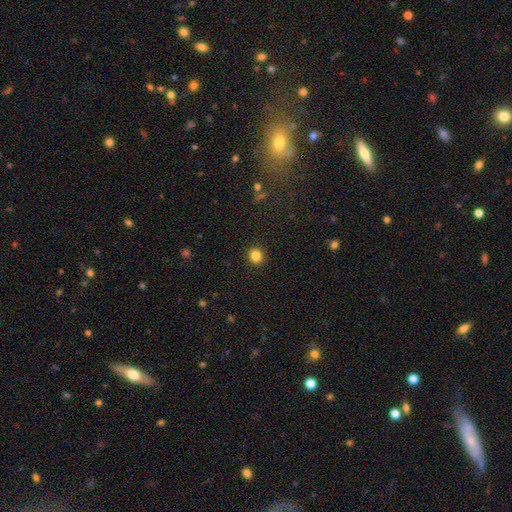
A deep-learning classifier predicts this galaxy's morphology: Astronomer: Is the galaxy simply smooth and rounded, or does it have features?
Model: smooth — 84%.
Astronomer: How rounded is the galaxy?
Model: round — 86%.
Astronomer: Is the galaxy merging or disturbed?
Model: none — 92%.